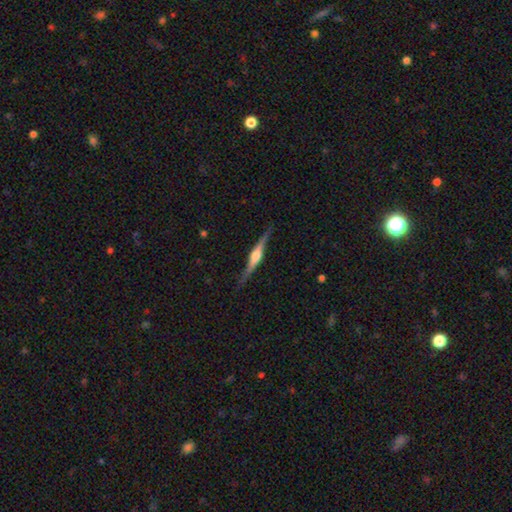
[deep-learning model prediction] Overall: featured or disk (80%). Edge-on disk: yes (97%). Edge-on bulge: rounded (89%). Merging: none (84%).